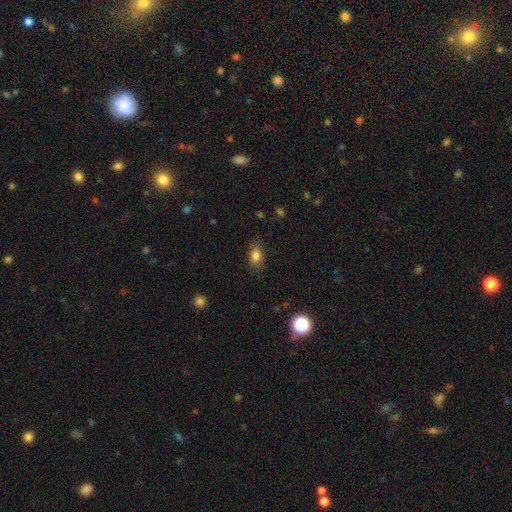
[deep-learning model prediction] Smooth or featured: smooth — 82% (star or artifact — 10%)
How rounded: in between — 81% (round — 16%)
Merging: none — 83% (minor disturbance — 13%)